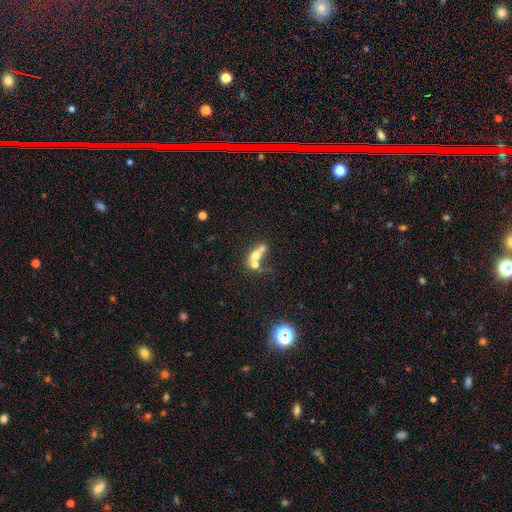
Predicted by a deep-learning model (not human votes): The model was most divided on "how rounded": in between: 55%, round: 32%, cigar-shaped: 12%. More confident: merging — merger (61%); smooth or featured — smooth (56%).